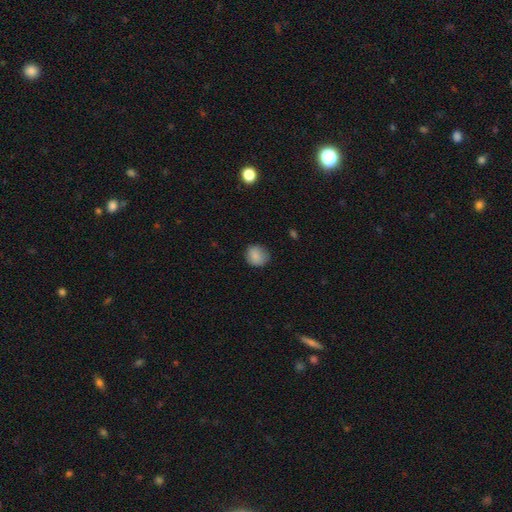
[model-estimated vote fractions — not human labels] A smooth galaxy with no disk features (86%) that is round (82%). Merging: none (80%).